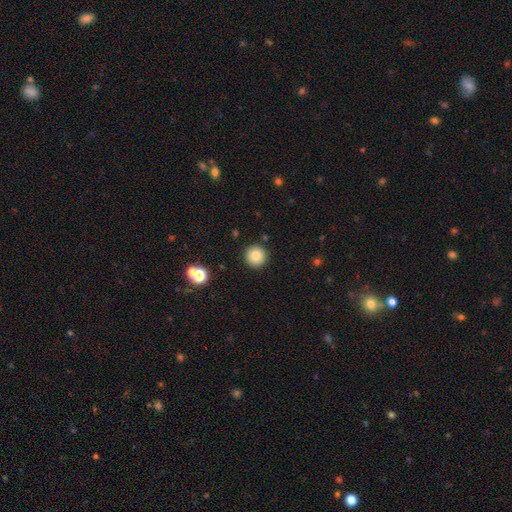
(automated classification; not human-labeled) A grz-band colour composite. It shows a smooth galaxy with no disk features (84%) that is round (96%). Merging: none (91%).